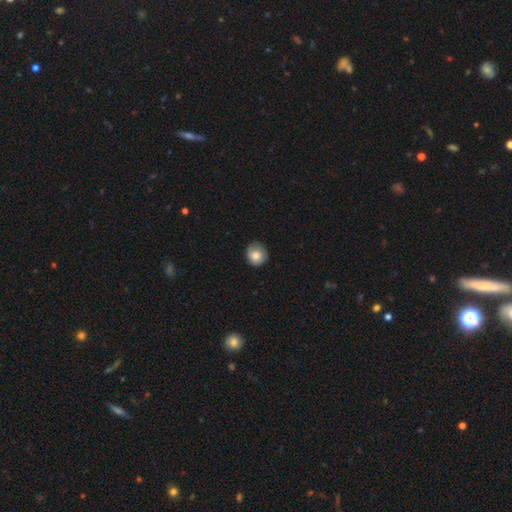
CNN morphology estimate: Smooth or featured?
  - smooth: 78% *
  - featured or disk: 14%
  - star or artifact: 8%
How rounded?
  - round: 85% *
  - in between: 14%
  - cigar-shaped: 1%
Merging?
  - none: 72% *
  - minor disturbance: 22%
  - major disturbance: 4%
  - merger: 1%